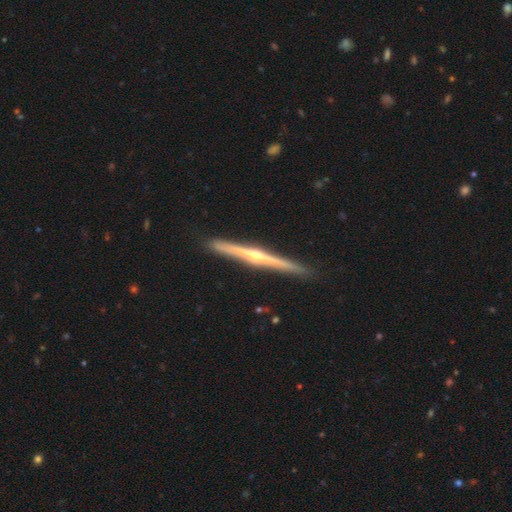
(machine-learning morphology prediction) Smooth or featured? featured or disk (83%)
Edge-on disk? yes (98%)
Edge-on bulge? rounded (85%)
Merging? none (91%)